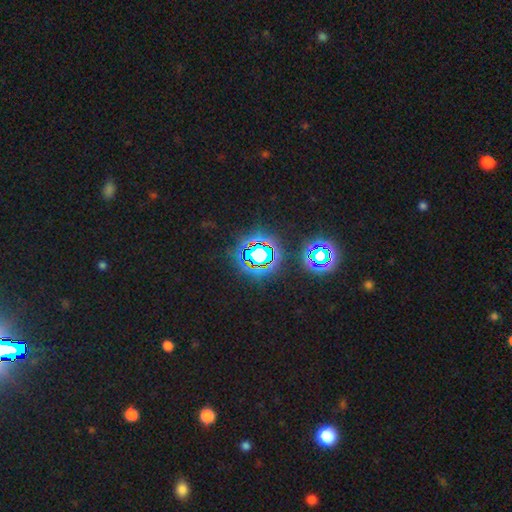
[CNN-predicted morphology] smooth_or_featured: star or artifact (p=0.80) [alt: smooth p=0.13]